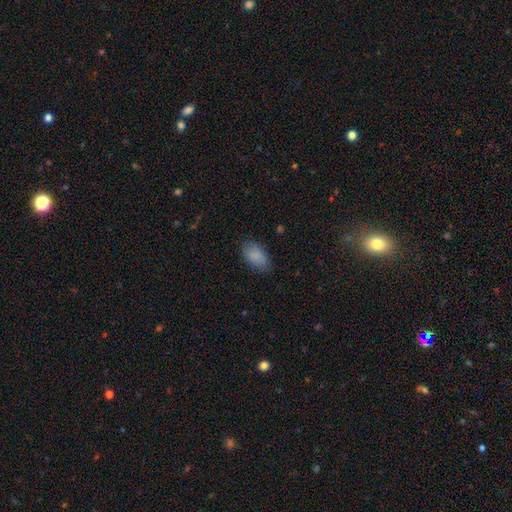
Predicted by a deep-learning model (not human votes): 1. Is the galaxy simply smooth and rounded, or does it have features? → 87% smooth, 8% star or artifact, 6% featured or disk.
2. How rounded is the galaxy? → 93% in between, 5% round, 2% cigar-shaped.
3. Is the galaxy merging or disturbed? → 79% none, 16% minor disturbance, 4% major disturbance, 1% merger.